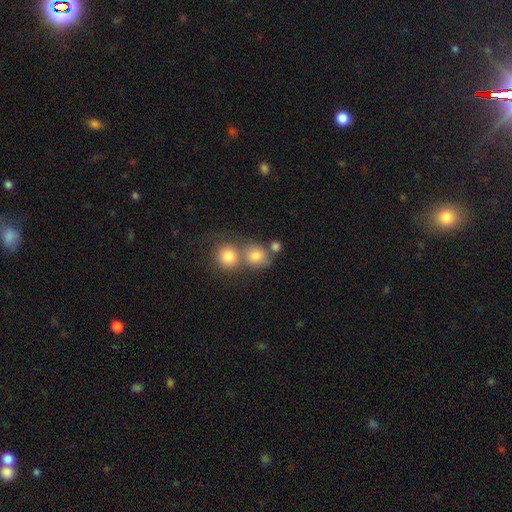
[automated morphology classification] Smooth or featured? smooth (80%)
How rounded? round (76%)
Merging? merger (44%)